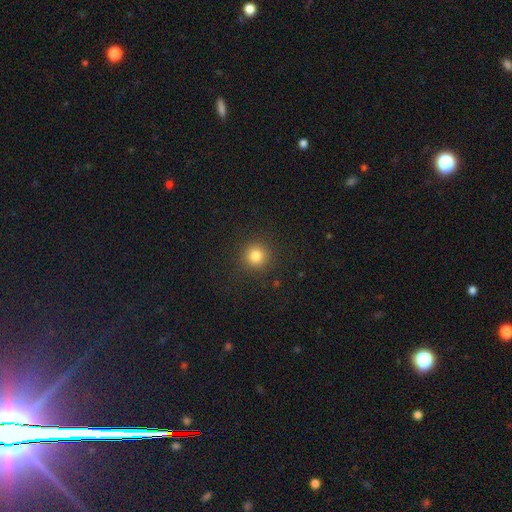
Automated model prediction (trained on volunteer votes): The model was most divided on "smooth or featured": smooth: 82%, star or artifact: 13%, featured or disk: 6%. More confident: how rounded — round (94%); merging — none (90%).